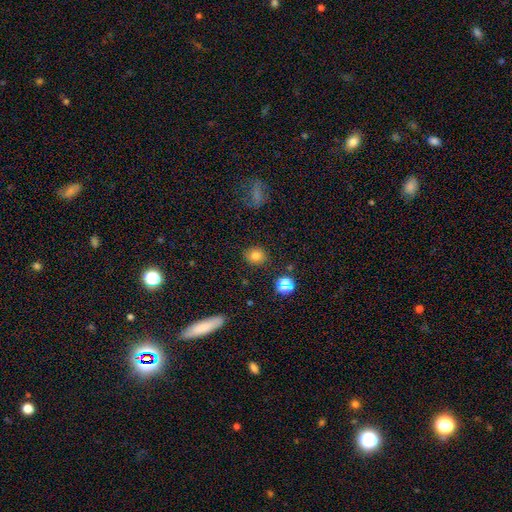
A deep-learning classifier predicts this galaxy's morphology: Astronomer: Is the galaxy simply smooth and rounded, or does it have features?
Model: smooth — 78%.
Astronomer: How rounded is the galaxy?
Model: round — 77%.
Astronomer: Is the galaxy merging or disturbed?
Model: none — 87%.